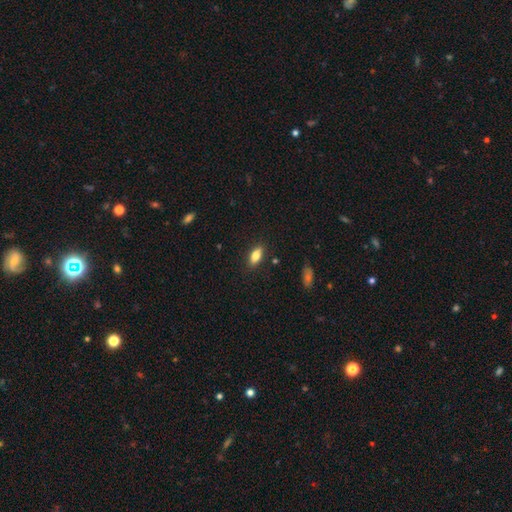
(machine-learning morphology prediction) type=smooth (78%); roundness=in between (84%); merging=none (86%).